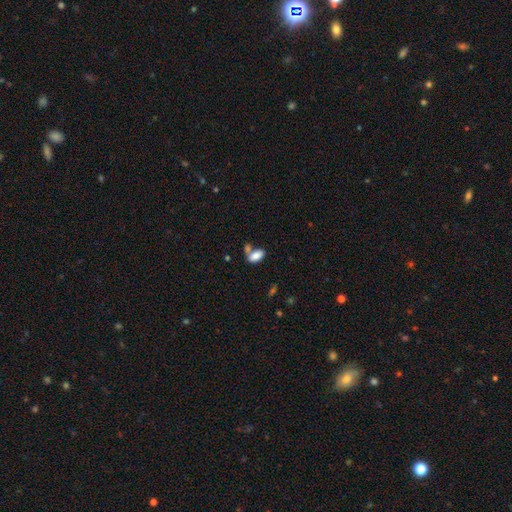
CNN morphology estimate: This appears to be a smooth galaxy with no disk features (84%) that is in between round and cigar-shaped (93%). Merging: none (45%).